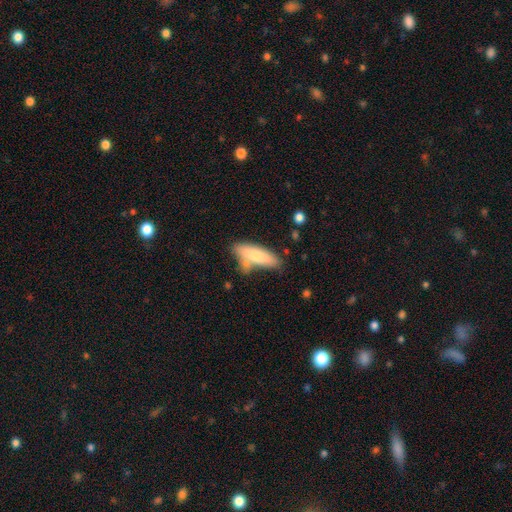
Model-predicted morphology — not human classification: Smooth or featured?
  - smooth: 75% *
  - featured or disk: 19%
  - star or artifact: 6%
How rounded?
  - cigar-shaped: 54% *
  - in between: 44%
  - round: 2%
Merging?
  - none: 60% *
  - minor disturbance: 19%
  - merger: 16%
  - major disturbance: 5%